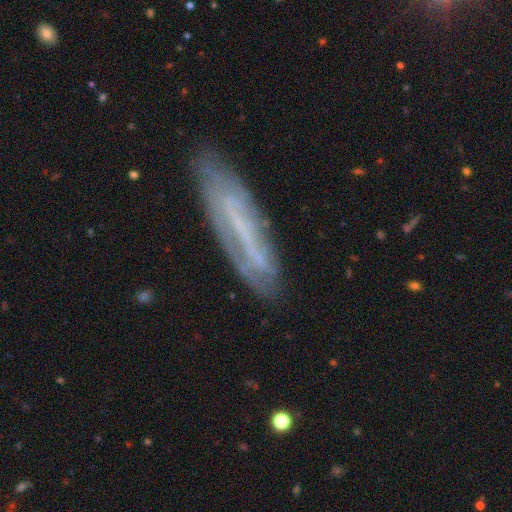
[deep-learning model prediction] Q: Smooth or featured?
A: featured or disk (64%); runner-up: smooth (28%)
Q: Edge-on disk?
A: no (64%); runner-up: yes (36%)
Q: Merging?
A: none (65%); runner-up: minor disturbance (22%)